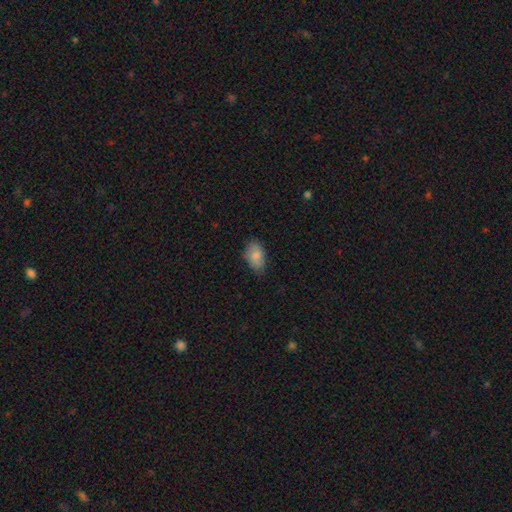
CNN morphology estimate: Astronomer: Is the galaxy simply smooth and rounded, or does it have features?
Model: smooth — 85%.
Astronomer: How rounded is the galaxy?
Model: in between — 91%.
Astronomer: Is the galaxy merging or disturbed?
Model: none — 76%.